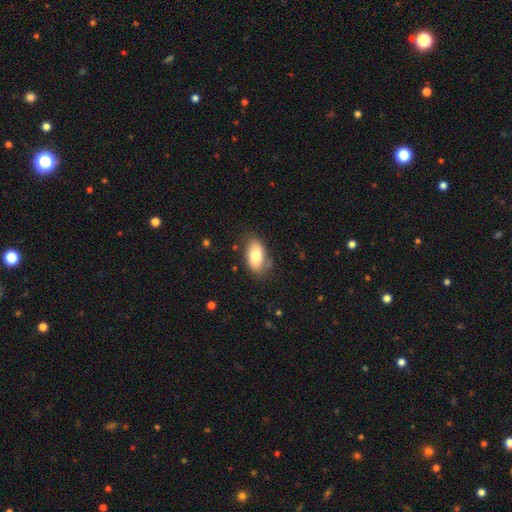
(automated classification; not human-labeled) Smooth or featured: smooth — 77% (featured or disk — 16%)
How rounded: in between — 92% (round — 5%)
Merging: none — 74% (minor disturbance — 19%)